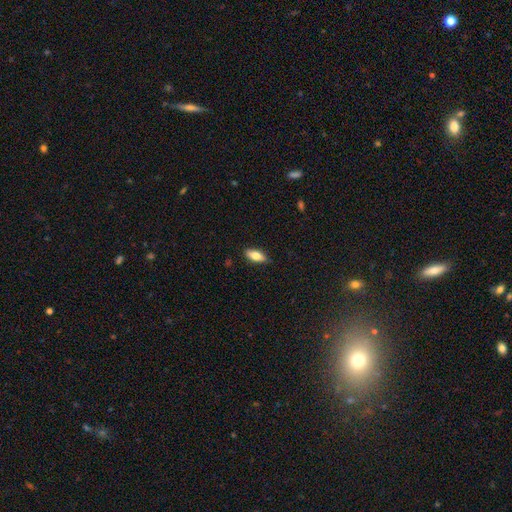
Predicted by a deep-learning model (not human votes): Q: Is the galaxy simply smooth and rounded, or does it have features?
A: smooth — 76%.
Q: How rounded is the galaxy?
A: in between — 79%.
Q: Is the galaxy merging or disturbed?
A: none — 88%.